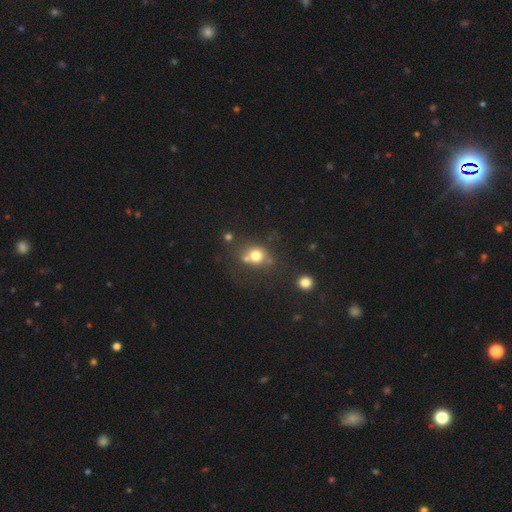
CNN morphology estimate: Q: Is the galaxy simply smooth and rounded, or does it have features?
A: smooth — 72%.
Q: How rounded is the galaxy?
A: round — 76%.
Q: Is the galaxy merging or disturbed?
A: none — 54%.